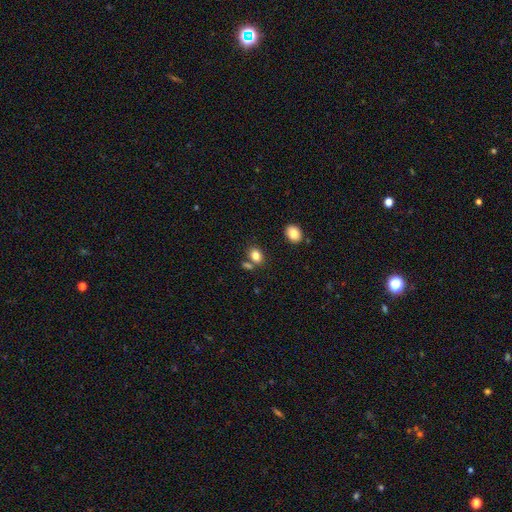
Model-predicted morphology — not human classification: This is clearly a smooth galaxy (83%). How rounded: likely in between (68%). Merging: likely none (66%).